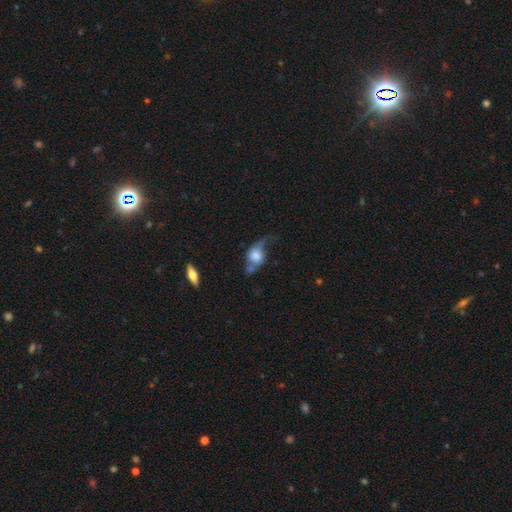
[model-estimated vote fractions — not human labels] Morphology: type=smooth (48%); merging=none (31%).